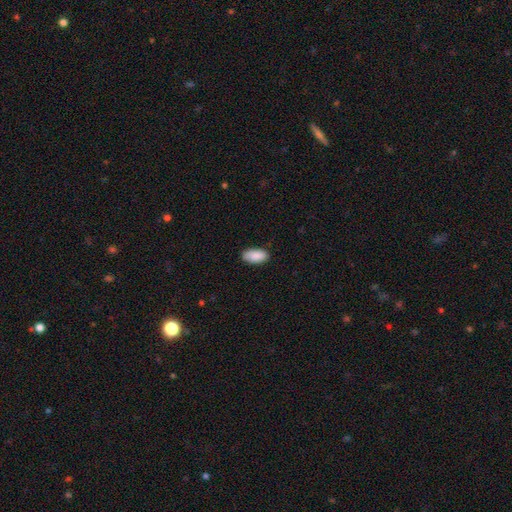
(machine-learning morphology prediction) A smooth galaxy with no disk features (90%) that is in between round and cigar-shaped (93%).

Vote fractions:
- Smooth or featured? smooth: 90% / star or artifact: 6% / featured or disk: 4%
- How rounded? in between: 93% / cigar-shaped: 5% / round: 2%
- Merging? none: 83% / minor disturbance: 14% / major disturbance: 2% / merger: 1%